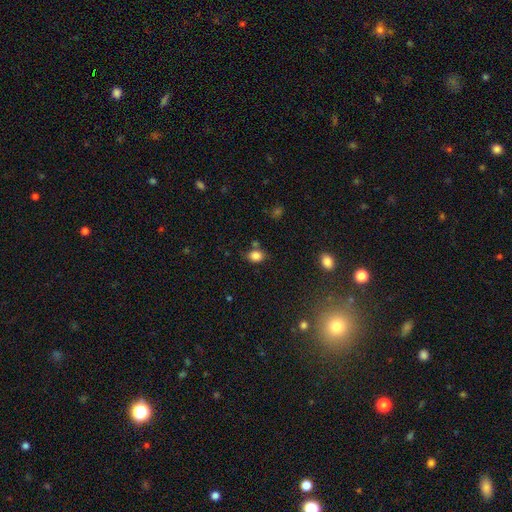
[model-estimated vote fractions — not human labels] This appears to be a smooth galaxy with no disk features (84%) that is in between round and cigar-shaped (57%). Merging: none (70%).